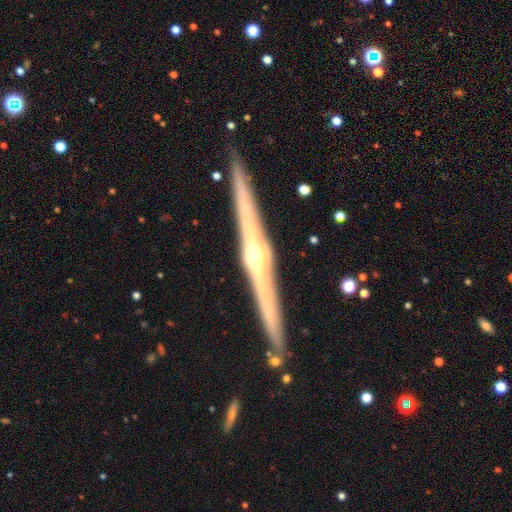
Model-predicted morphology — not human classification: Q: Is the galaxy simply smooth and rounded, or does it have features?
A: featured or disk — 85%.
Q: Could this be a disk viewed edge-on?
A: yes — 98%.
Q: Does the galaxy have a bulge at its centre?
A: rounded — 81%.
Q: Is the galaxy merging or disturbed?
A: none — 90%.